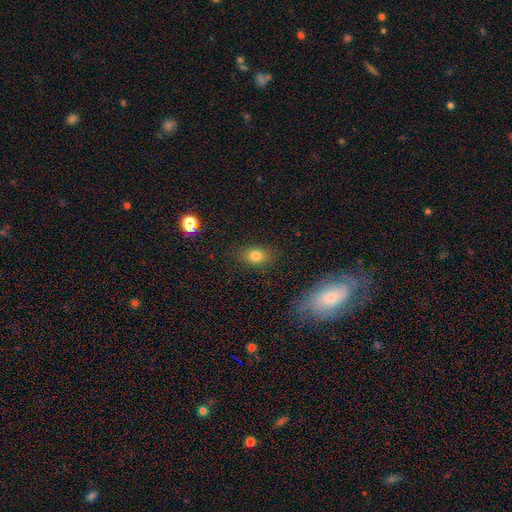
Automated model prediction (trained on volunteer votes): Smooth or featured? smooth (80%)
How rounded? in between (70%)
Merging? none (85%)